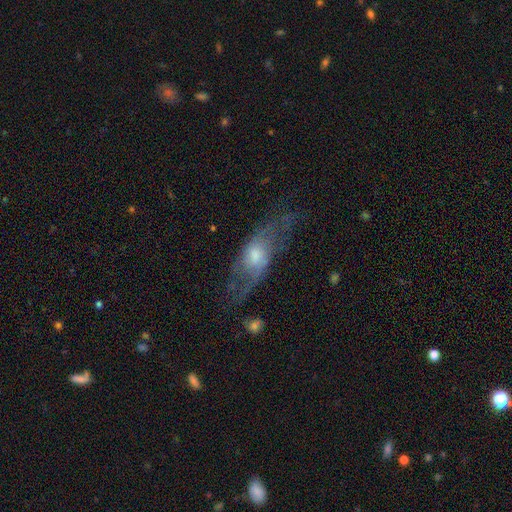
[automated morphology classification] A featured or disk galaxy (63%).

Vote fractions:
- Smooth or featured? featured or disk: 63% / smooth: 29% / star or artifact: 8%
- Edge-on disk? no: 71% / yes: 29%
- Merging? none: 54% / minor disturbance: 22% / major disturbance: 21% / merger: 3%